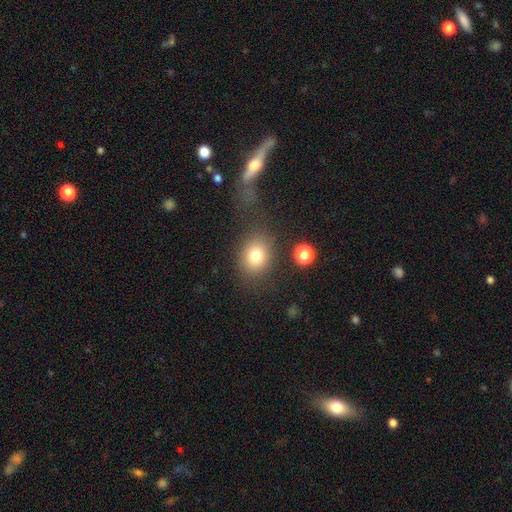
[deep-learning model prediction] Q: Smooth or featured?
A: smooth (78%); runner-up: star or artifact (12%)
Q: How rounded?
A: round (61%); runner-up: in between (38%)
Q: Merging?
A: none (76%); runner-up: minor disturbance (13%)